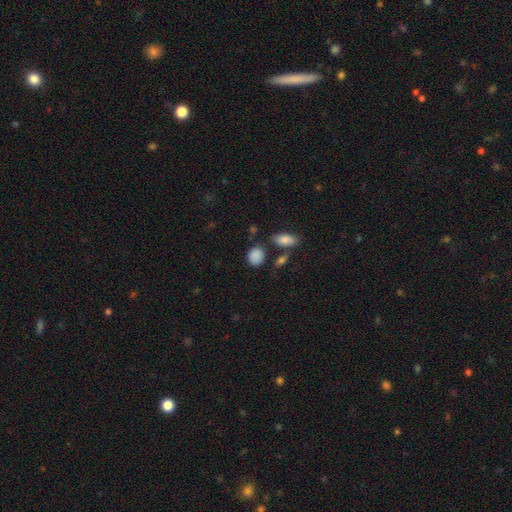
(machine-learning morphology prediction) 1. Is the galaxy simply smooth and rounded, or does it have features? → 87% smooth, 8% star or artifact, 5% featured or disk.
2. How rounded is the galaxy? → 53% round, 45% in between, 2% cigar-shaped.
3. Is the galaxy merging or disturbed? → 72% none, 16% minor disturbance, 8% merger, 4% major disturbance.